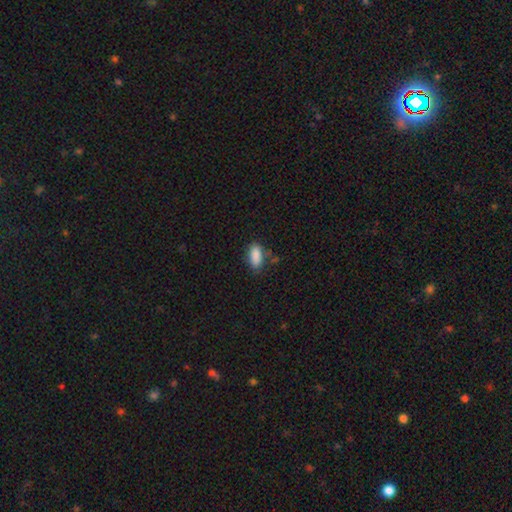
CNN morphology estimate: Overall: smooth (88%). How rounded: in between (88%). Merging: none (74%).